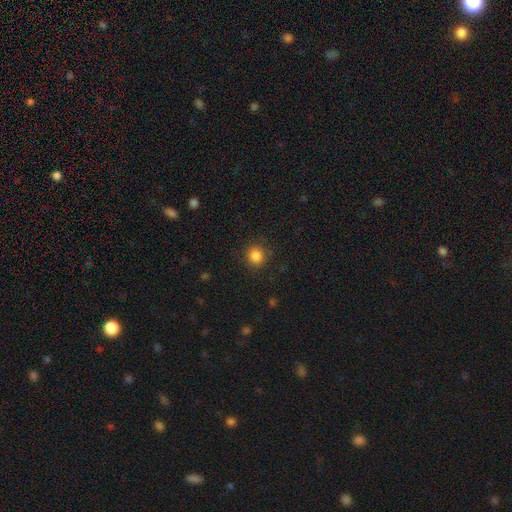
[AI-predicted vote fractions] Smooth or featured? Predicted: smooth (p=0.85). How rounded? Predicted: round (p=0.88). Merging? Predicted: none (p=0.87).